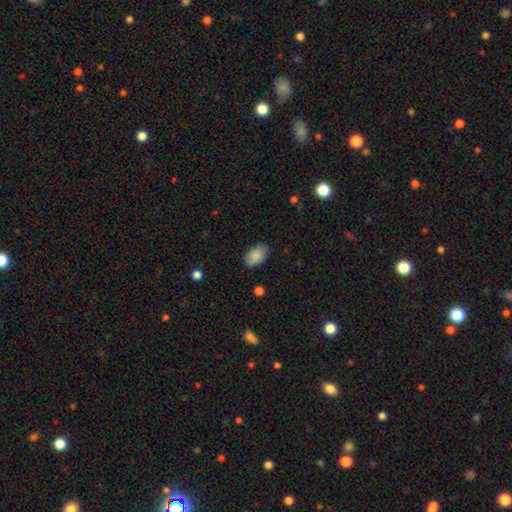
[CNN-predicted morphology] Smooth or featured: smooth — 87% (star or artifact — 7%)
How rounded: in between — 92% (round — 7%)
Merging: none — 84% (minor disturbance — 13%)